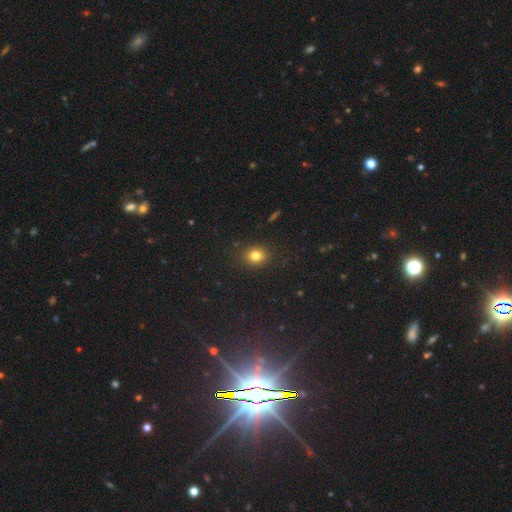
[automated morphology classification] Q: Smooth or featured?
A: smooth (80%); runner-up: star or artifact (13%)
Q: How rounded?
A: round (72%); runner-up: in between (27%)
Q: Merging?
A: none (89%); runner-up: minor disturbance (8%)